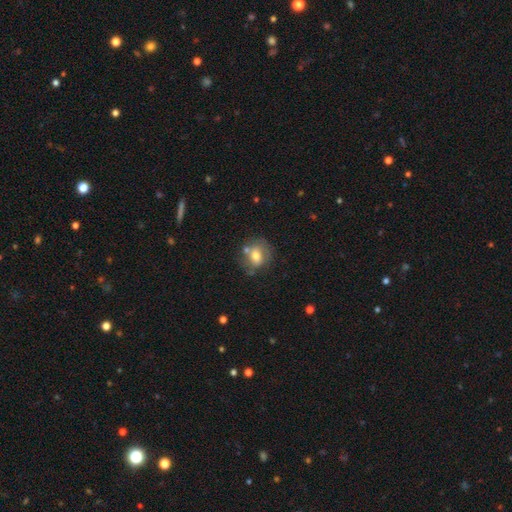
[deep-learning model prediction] Smooth or featured: smooth — 61% (featured or disk — 30%)
How rounded: round — 58% (in between — 40%)
Merging: none — 57% (minor disturbance — 21%)